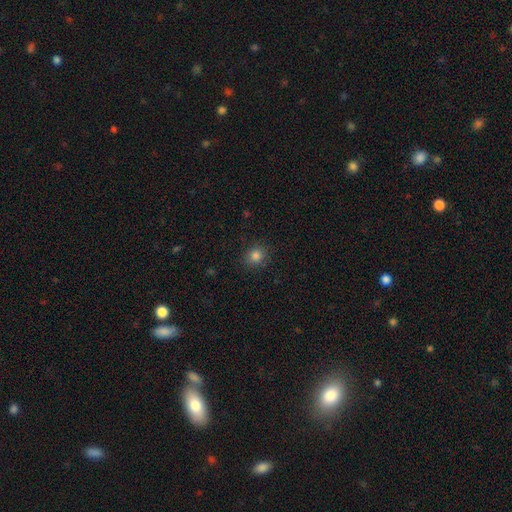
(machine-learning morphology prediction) Overall: smooth (83%). How rounded: round (82%). Merging: none (88%).